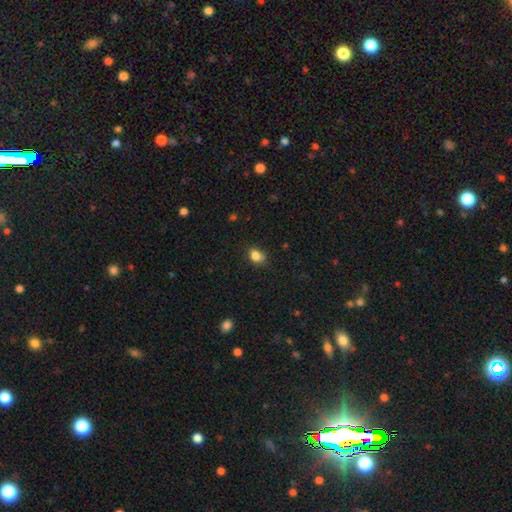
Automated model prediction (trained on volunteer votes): Smooth or featured: smooth — 84% (star or artifact — 10%)
How rounded: in between — 61% (round — 37%)
Merging: none — 74% (minor disturbance — 20%)